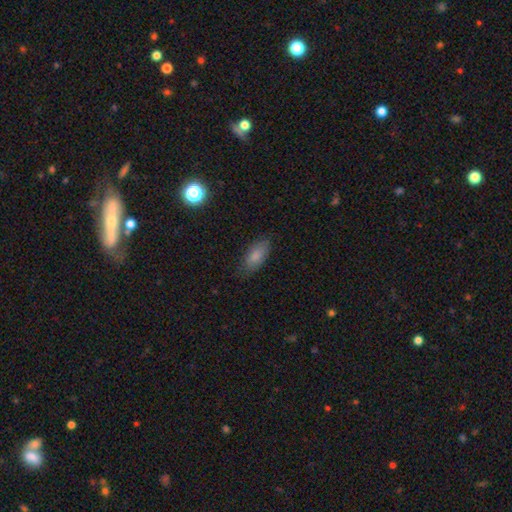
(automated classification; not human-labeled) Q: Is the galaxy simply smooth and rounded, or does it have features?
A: smooth — 82%.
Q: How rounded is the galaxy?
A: in between — 86%.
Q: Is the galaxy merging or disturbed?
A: none — 80%.